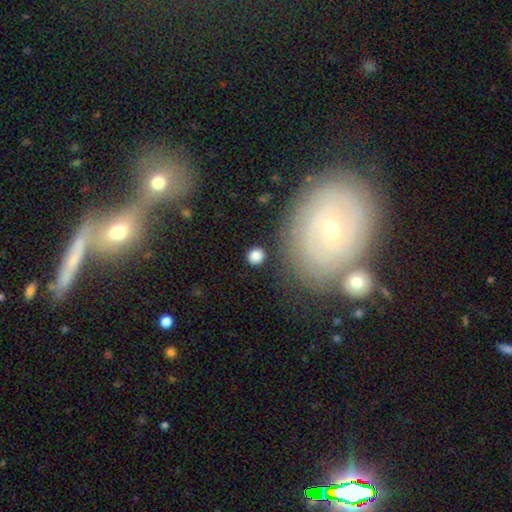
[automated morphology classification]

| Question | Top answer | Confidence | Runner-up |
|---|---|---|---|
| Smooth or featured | smooth | 84% | star or artifact (10%) |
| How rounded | round | 89% | in between (10%) |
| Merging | none | 88% | minor disturbance (7%) |